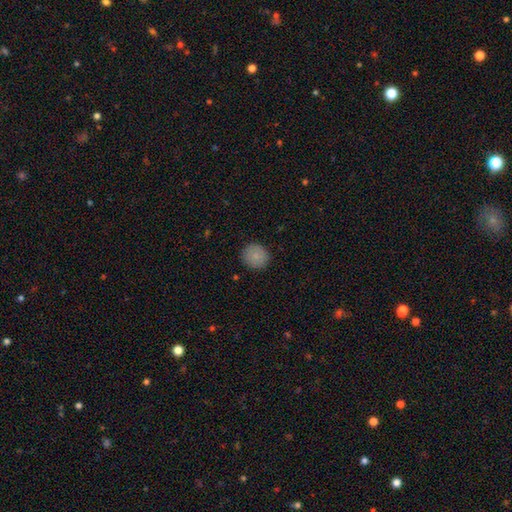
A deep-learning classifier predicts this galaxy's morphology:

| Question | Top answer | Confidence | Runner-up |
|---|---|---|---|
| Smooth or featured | smooth | 87% | star or artifact (8%) |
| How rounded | round | 93% | in between (6%) |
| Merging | none | 90% | minor disturbance (7%) |